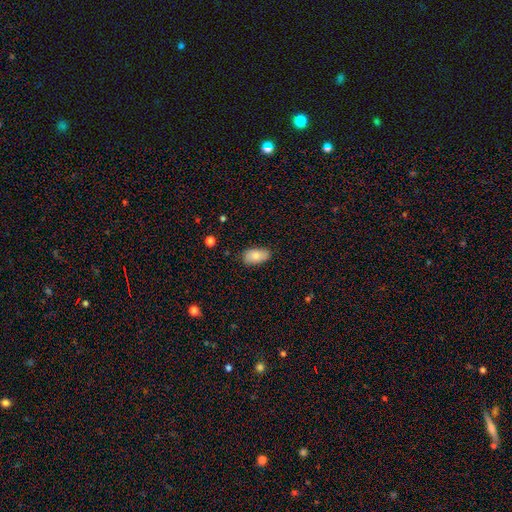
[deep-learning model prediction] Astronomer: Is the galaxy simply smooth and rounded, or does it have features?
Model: smooth — 81%.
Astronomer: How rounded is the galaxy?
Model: in between — 93%.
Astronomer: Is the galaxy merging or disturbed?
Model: none — 78%.